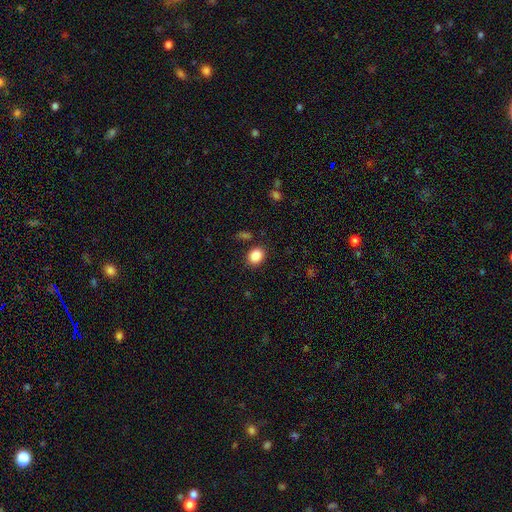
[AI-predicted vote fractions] Overall: smooth (87%). How rounded: round (50%; in between 49%). Merging: none (84%).